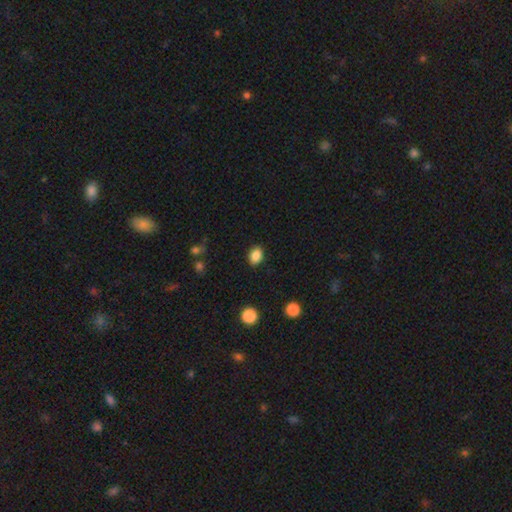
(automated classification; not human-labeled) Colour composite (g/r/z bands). It shows a smooth galaxy with no disk features (86%) that is in between round and cigar-shaped (70%). Merging: none (88%).